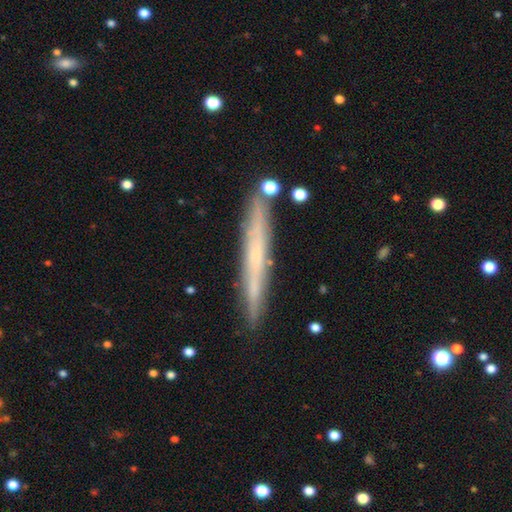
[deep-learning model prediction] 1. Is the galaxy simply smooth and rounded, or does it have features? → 55% featured or disk, 37% smooth, 8% star or artifact.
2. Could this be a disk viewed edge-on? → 91% yes, 9% no.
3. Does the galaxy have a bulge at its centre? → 75% none, 21% rounded, 4% boxy.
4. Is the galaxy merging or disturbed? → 86% none, 9% minor disturbance, 3% merger, 2% major disturbance.